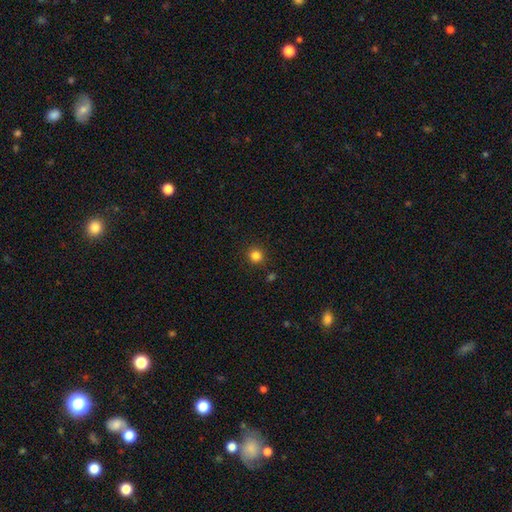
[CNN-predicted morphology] Smooth or featured? smooth (83%)
How rounded? round (93%)
Merging? none (89%)